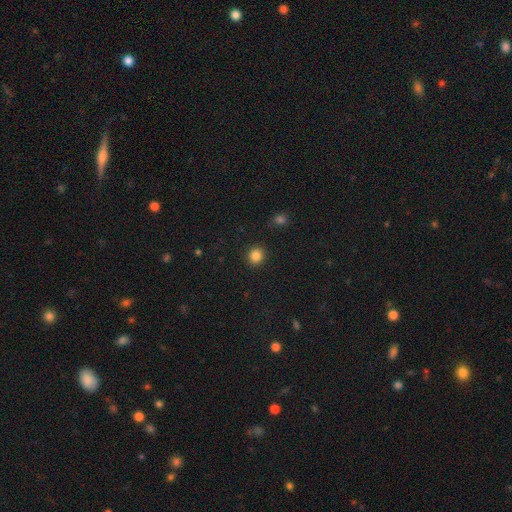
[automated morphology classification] smooth_or_featured: smooth (p=0.85) [alt: star or artifact p=0.11]
how_rounded: round (p=0.90) [alt: in between p=0.09]
merging: none (p=0.92) [alt: minor disturbance p=0.05]